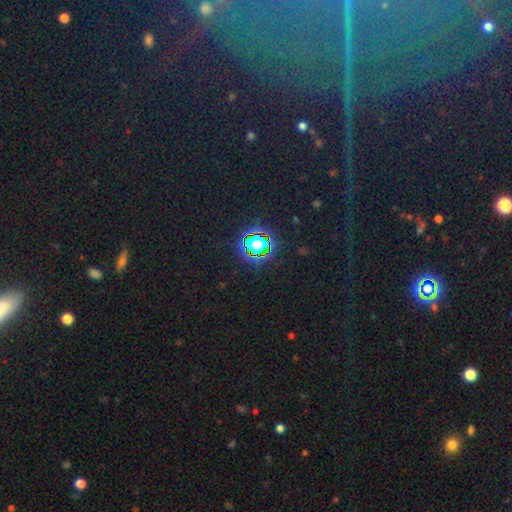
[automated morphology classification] A star or artifact, not a galaxy (81%).

Vote fractions:
- Smooth or featured? star or artifact: 81% / smooth: 12% / featured or disk: 7%